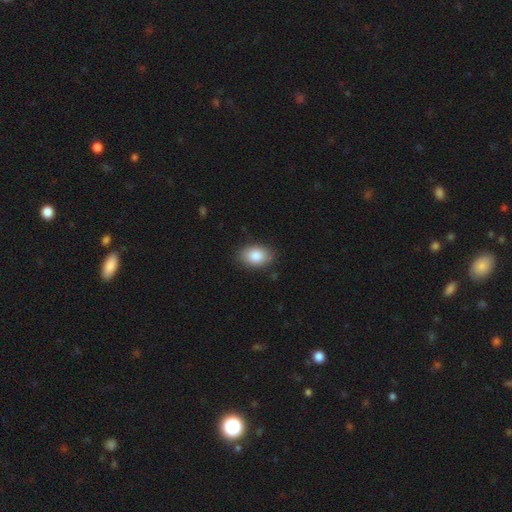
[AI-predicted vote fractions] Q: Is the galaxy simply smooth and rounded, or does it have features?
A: smooth — 86%.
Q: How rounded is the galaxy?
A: in between — 81%.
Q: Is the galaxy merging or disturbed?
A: none — 83%.